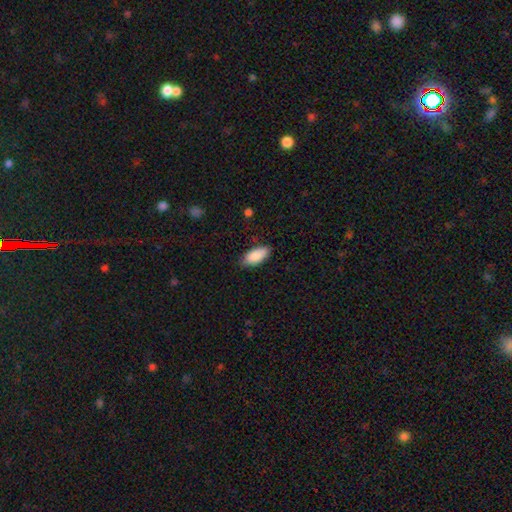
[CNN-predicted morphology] Overall: smooth (89%). How rounded: in between (91%). Merging: none (79%).